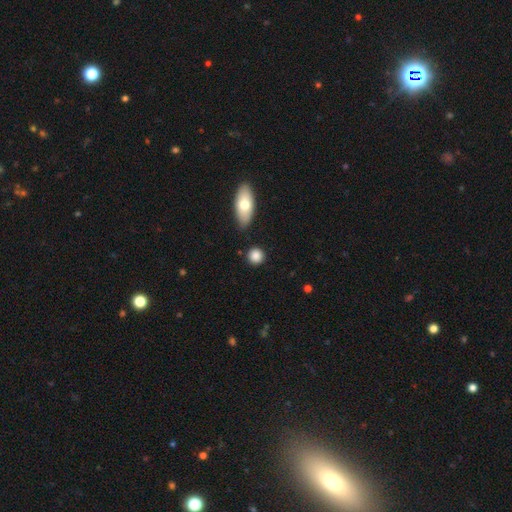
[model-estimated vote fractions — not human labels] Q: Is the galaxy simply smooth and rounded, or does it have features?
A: smooth — 86%.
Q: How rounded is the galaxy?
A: round — 86%.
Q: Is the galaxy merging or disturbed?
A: none — 84%.